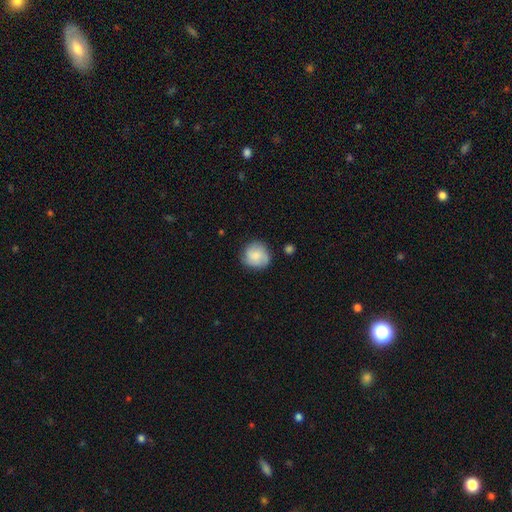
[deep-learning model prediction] Smooth or featured: smooth — 71% (featured or disk — 22%)
How rounded: round — 89% (in between — 10%)
Merging: none — 78% (minor disturbance — 16%)